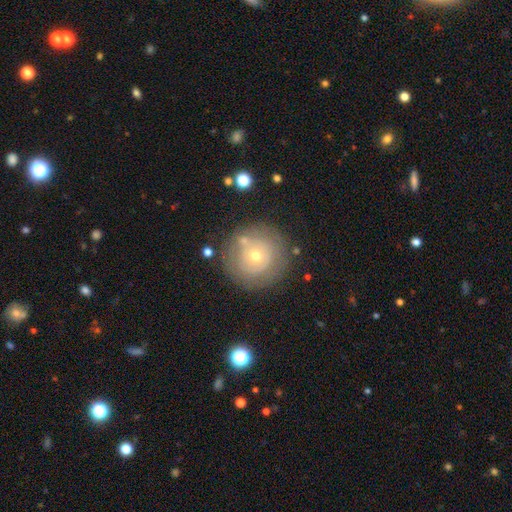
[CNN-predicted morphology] Smooth or featured: smooth — 45% (tied with featured or disk — 45%)
Merging: none — 77% (minor disturbance — 13%)